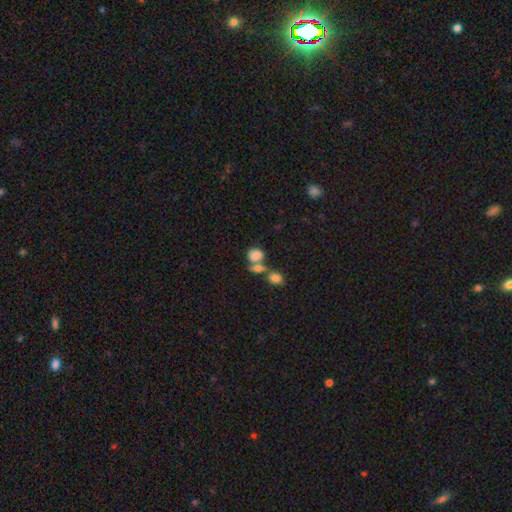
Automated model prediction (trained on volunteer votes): Smooth or featured?
  - smooth: 80% *
  - star or artifact: 10%
  - featured or disk: 10%
How rounded?
  - round: 49% * (tied)
  - in between: 49% * (tied)
  - cigar-shaped: 2%
Merging?
  - merger: 54% *
  - none: 30%
  - minor disturbance: 9%
  - major disturbance: 6%